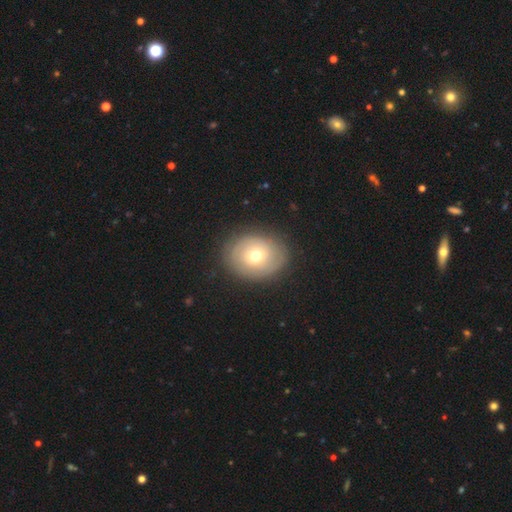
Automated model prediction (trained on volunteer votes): Morphology: type=smooth (55%); roundness=in between (51%); merging=none (84%).